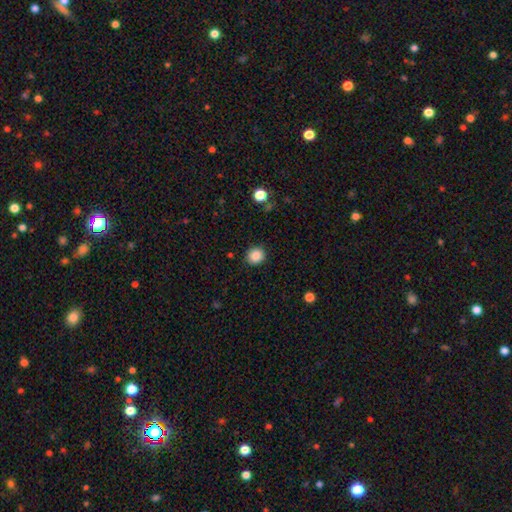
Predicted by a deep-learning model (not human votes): smooth_or_featured: smooth (p=0.87) [alt: star or artifact p=0.10]
how_rounded: round (p=0.85) [alt: in between p=0.14]
merging: none (p=0.89) [alt: minor disturbance p=0.07]